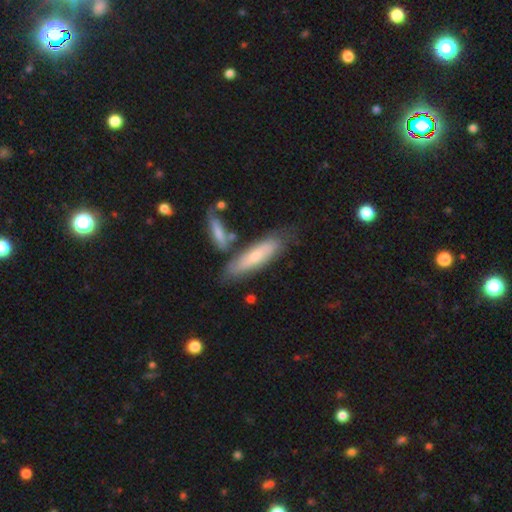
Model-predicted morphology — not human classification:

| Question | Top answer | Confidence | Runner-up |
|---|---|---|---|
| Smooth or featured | smooth | 57% | featured or disk (38%) |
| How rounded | cigar-shaped | 61% | in between (37%) |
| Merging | none | 63% | minor disturbance (18%) |